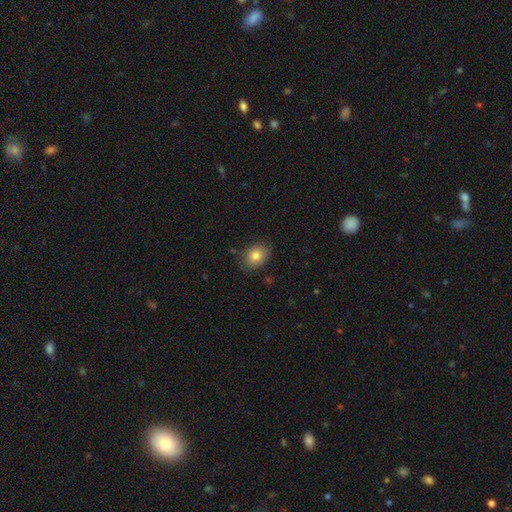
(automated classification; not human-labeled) Smooth or featured? Predicted: smooth (p=0.82). How rounded? Predicted: in between (p=0.60). Merging? Predicted: none (p=0.78).